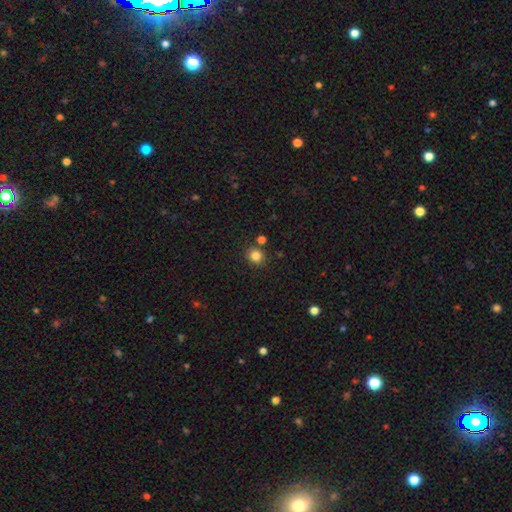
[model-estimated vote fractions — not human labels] This is clearly a smooth galaxy (82%). How rounded: clearly round (81%). Merging: clearly none (83%).